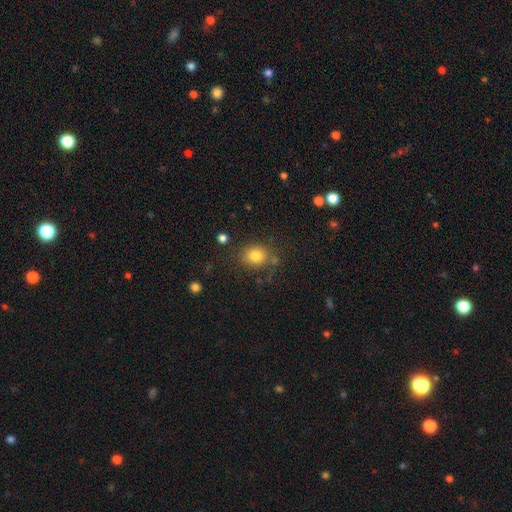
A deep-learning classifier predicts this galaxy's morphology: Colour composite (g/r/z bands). It shows a smooth galaxy with no disk features (80%) that is round (66%). Merging: none (75%).